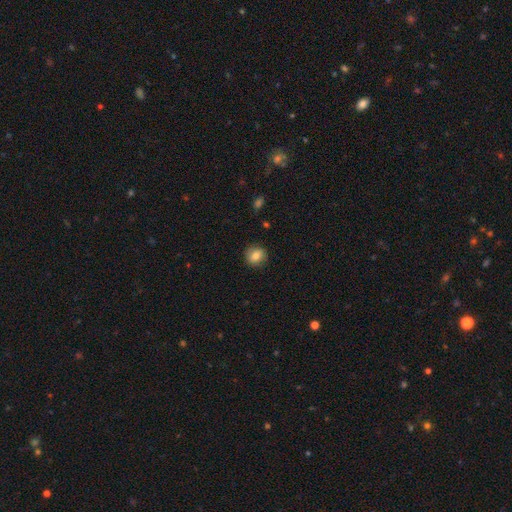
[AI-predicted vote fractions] Smooth or featured?
  - smooth: 78% *
  - featured or disk: 12%
  - star or artifact: 9%
How rounded?
  - round: 83% *
  - in between: 16%
  - cigar-shaped: 1%
Merging?
  - none: 86% *
  - minor disturbance: 10%
  - major disturbance: 3%
  - merger: 1%